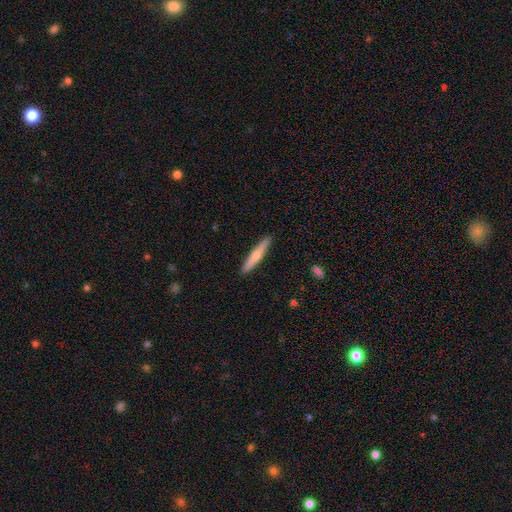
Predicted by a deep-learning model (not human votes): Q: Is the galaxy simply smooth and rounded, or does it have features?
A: smooth — 60%.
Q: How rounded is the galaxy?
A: cigar-shaped — 94%.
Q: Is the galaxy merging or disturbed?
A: none — 91%.